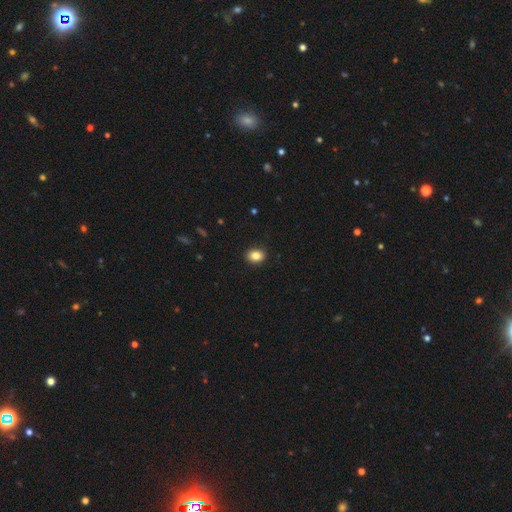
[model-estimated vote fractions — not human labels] smooth_or_featured: smooth (p=0.85) [alt: star or artifact p=0.09]
how_rounded: in between (p=0.62) [alt: round p=0.37]
merging: none (p=0.90) [alt: minor disturbance p=0.07]